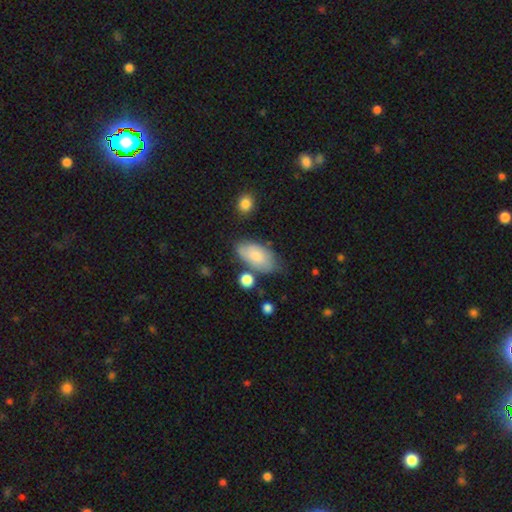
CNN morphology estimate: smooth-or-featured: smooth: 71% | featured or disk: 23% | star or artifact: 6%
  how-rounded: in between: 93% | round: 4% | cigar-shaped: 3%
  merging: none: 62% | minor disturbance: 23% | merger: 9% | major disturbance: 6%